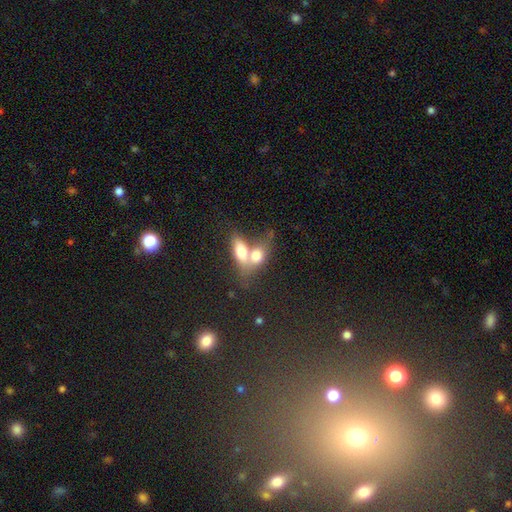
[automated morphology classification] Smooth or featured?
  - smooth: 70% *
  - featured or disk: 22%
  - star or artifact: 7%
How rounded?
  - in between: 74% *
  - round: 16%
  - cigar-shaped: 9%
Merging?
  - merger: 74% *
  - none: 15%
  - minor disturbance: 6%
  - major disturbance: 5%